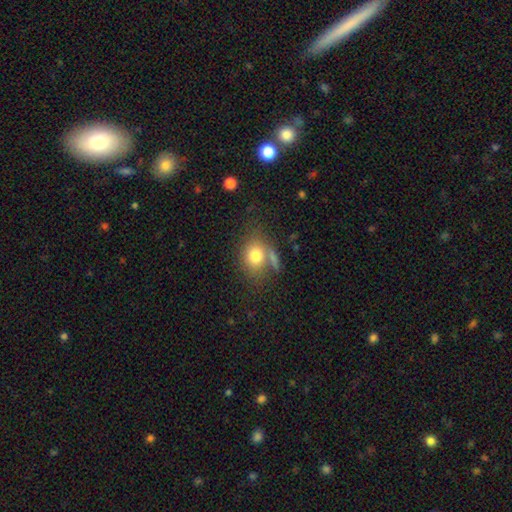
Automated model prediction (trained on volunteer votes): smooth-or-featured: smooth: 77% | featured or disk: 12% | star or artifact: 10%
  how-rounded: round: 55% | in between: 44% | cigar-shaped: 1%
  merging: none: 54% | merger: 19% | minor disturbance: 17% | major disturbance: 10%